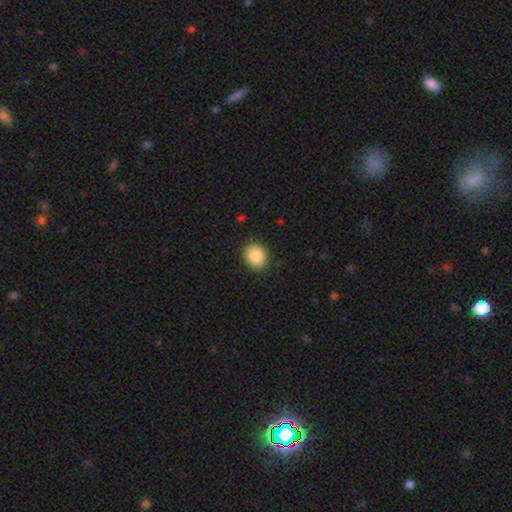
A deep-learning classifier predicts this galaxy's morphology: The model was most divided on "how rounded": round: 63%, in between: 36%, cigar-shaped: 1%. More confident: merging — none (89%); smooth or featured — smooth (88%).